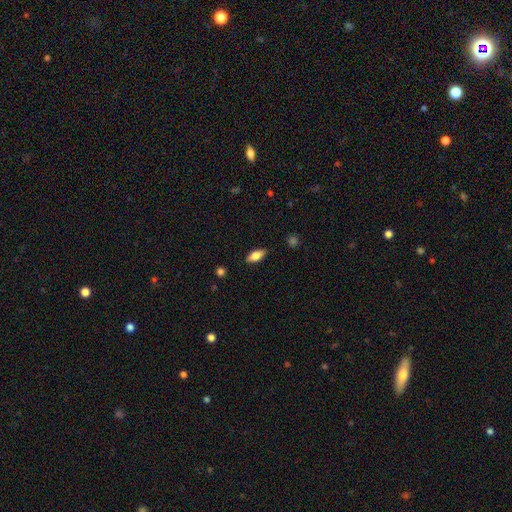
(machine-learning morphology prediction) Smooth or featured? smooth (74%)
How rounded? in between (84%)
Merging? none (87%)